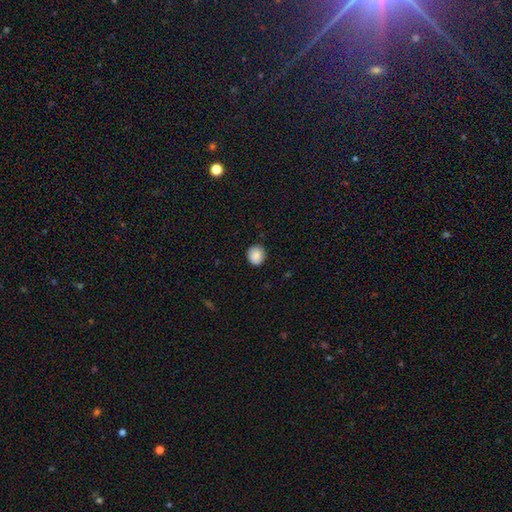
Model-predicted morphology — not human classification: Smooth or featured? smooth (89%)
How rounded? round (82%)
Merging? none (88%)